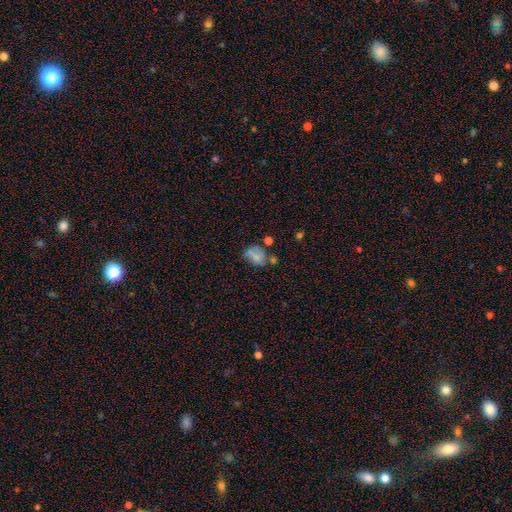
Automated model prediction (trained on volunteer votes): Smooth or featured? Predicted: smooth (p=0.64). How rounded? Predicted: in between (p=0.70). Merging? Predicted: none (p=0.37).